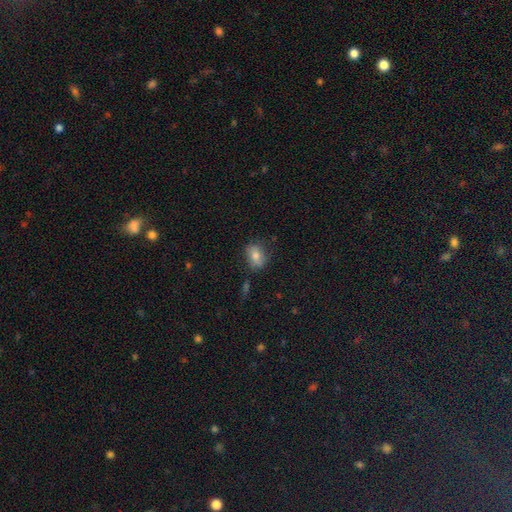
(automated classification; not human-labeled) Q: Smooth or featured?
A: smooth (72%); runner-up: featured or disk (18%)
Q: How rounded?
A: in between (57%); runner-up: round (41%)
Q: Merging?
A: none (72%); runner-up: minor disturbance (20%)